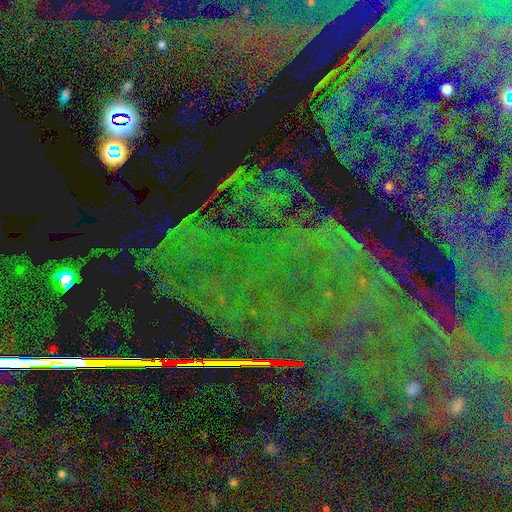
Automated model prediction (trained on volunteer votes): Smooth or featured? star or artifact (85%)